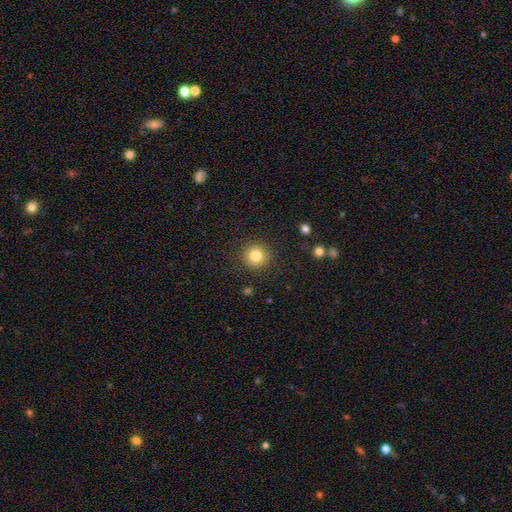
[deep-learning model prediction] Morphology: type=smooth (82%); roundness=round (93%); merging=none (90%).